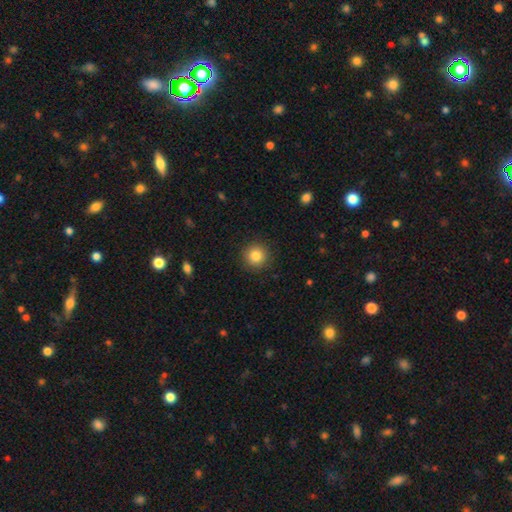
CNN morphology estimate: Smooth or featured? Predicted: smooth (p=0.84). How rounded? Predicted: round (p=0.94). Merging? Predicted: none (p=0.91).